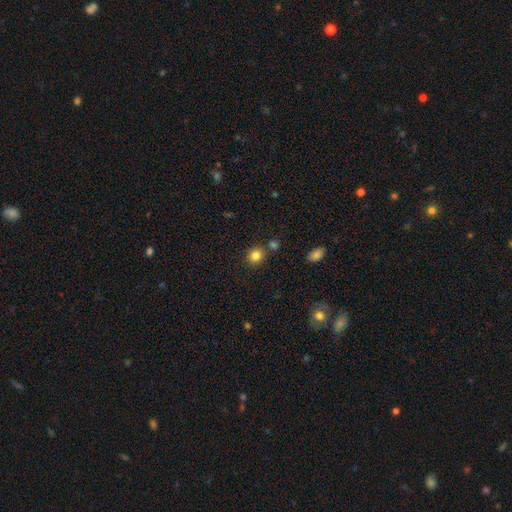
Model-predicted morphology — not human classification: The model was most divided on "how rounded": round: 82%, in between: 17%, cigar-shaped: 1%. More confident: smooth or featured — smooth (84%); merging — none (79%).